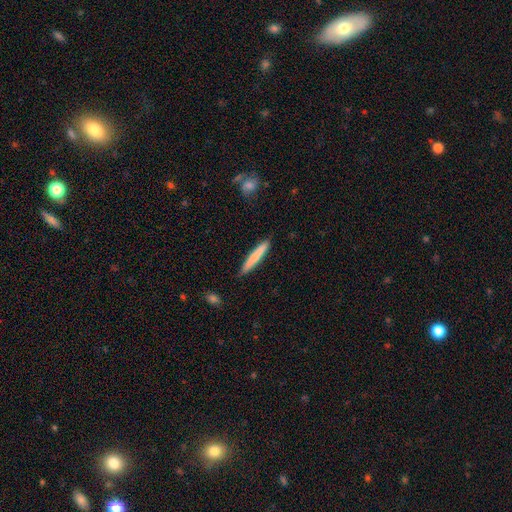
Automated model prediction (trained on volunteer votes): smooth_or_featured: smooth (p=0.74) [alt: featured or disk p=0.21]
how_rounded: cigar-shaped (p=0.95) [alt: in between p=0.04]
merging: none (p=0.89) [alt: minor disturbance p=0.08]